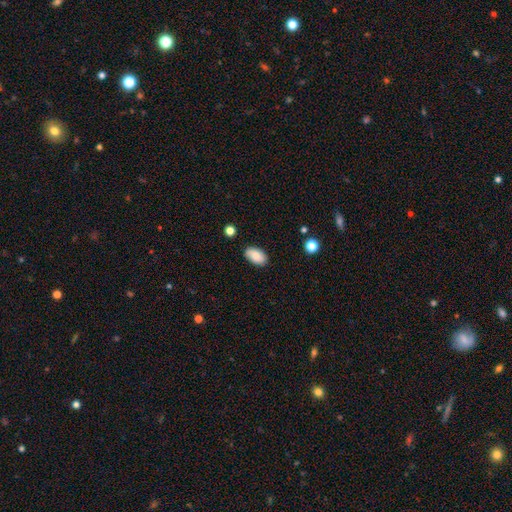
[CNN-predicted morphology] Q: Smooth or featured?
A: smooth (86%); runner-up: star or artifact (8%)
Q: How rounded?
A: in between (93%); runner-up: round (5%)
Q: Merging?
A: none (81%); runner-up: minor disturbance (15%)